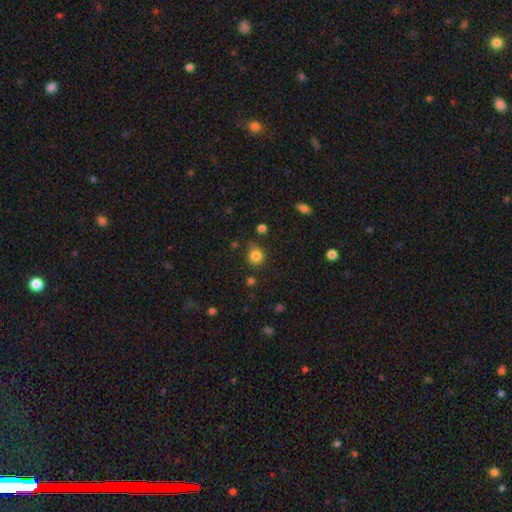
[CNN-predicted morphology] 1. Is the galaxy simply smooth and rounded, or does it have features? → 83% smooth, 12% star or artifact, 5% featured or disk.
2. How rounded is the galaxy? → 87% round, 12% in between, 1% cigar-shaped.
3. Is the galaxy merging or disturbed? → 72% none, 19% minor disturbance, 5% major disturbance, 4% merger.